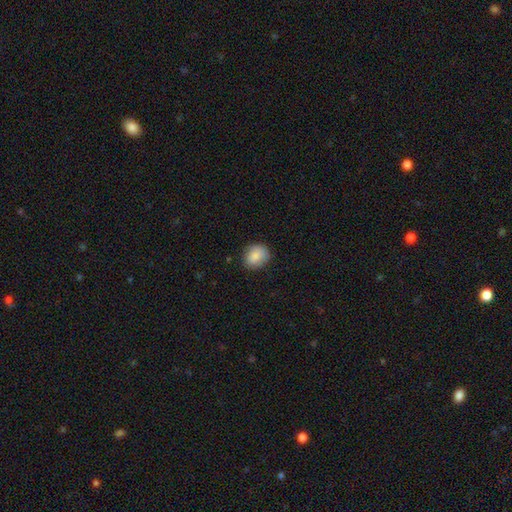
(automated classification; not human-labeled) Q: Smooth or featured?
A: smooth (87%); runner-up: star or artifact (8%)
Q: How rounded?
A: round (57%); runner-up: in between (42%)
Q: Merging?
A: none (81%); runner-up: minor disturbance (15%)